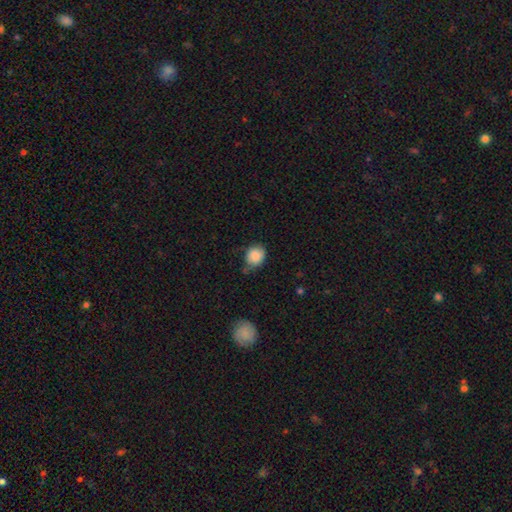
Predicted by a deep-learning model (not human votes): The model was most divided on "how rounded": round: 62%, in between: 37%, cigar-shaped: 1%. More confident: smooth or featured — smooth (87%); merging — none (60%).